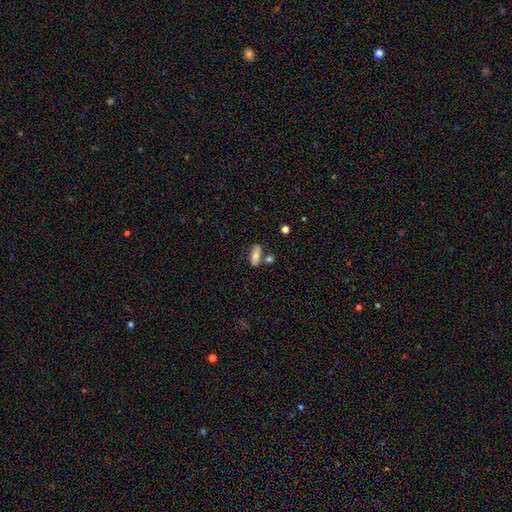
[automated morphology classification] This appears to be a smooth galaxy with no disk features (63%) that is in between round and cigar-shaped (74%). Merging: none (62%).